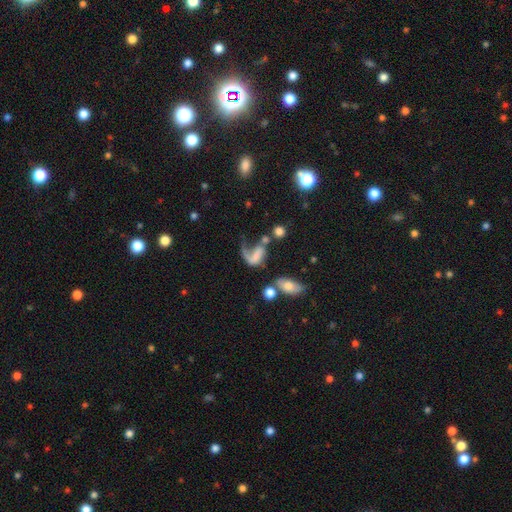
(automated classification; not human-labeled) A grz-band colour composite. It shows a featured or disk galaxy (50%). Merging: major disturbance (47%).